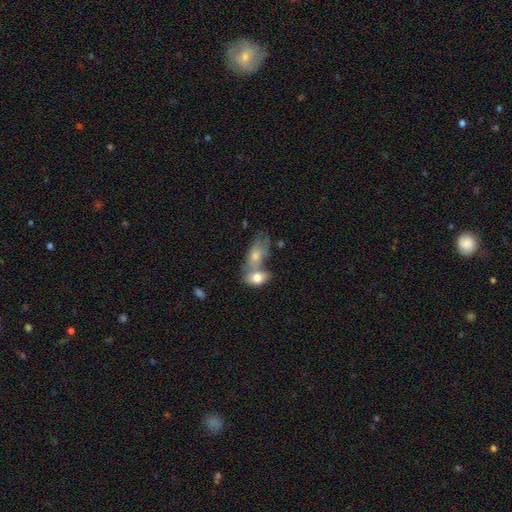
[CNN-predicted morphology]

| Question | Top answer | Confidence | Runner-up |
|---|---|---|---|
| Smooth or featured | smooth | 69% | featured or disk (24%) |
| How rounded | in between | 87% | round (8%) |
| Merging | merger | 62% | none (20%) |